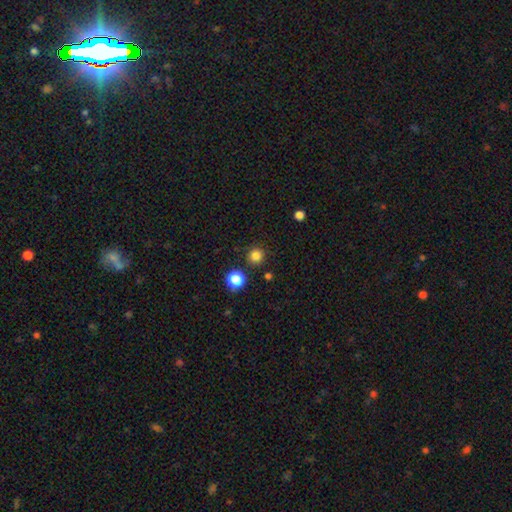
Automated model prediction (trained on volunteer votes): Morphology: type=smooth (82%); roundness=round (95%); merging=none (89%).